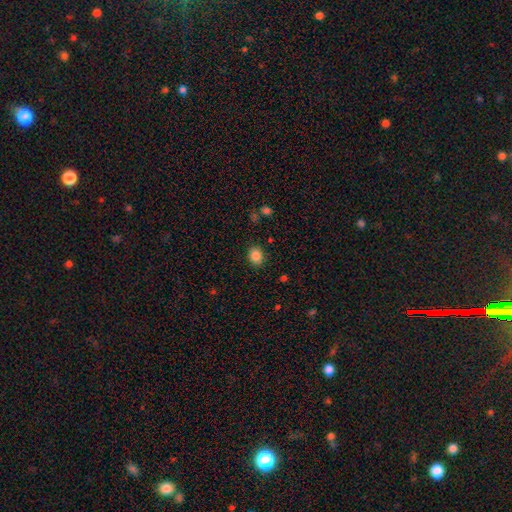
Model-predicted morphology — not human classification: Smooth or featured? Predicted: smooth (p=0.86). How rounded? Predicted: in between (p=0.52). Merging? Predicted: none (p=0.86).